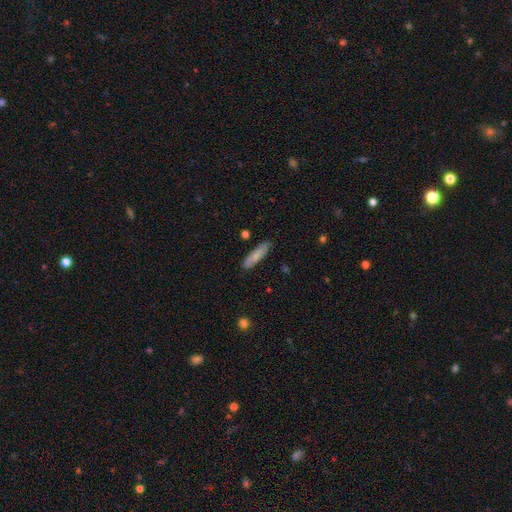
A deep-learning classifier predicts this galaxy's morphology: Smooth or featured?
  - smooth: 78% *
  - featured or disk: 16%
  - star or artifact: 6%
How rounded?
  - cigar-shaped: 76% *
  - in between: 23%
  - round: 2%
Merging?
  - none: 86% *
  - minor disturbance: 11%
  - major disturbance: 2%
  - merger: 2%